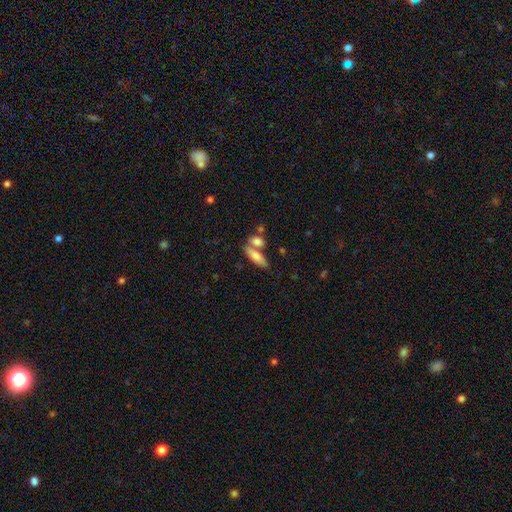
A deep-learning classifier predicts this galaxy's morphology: This is likely a smooth galaxy (74%). How rounded: possibly in between (53%). Merging: possibly none (48%).